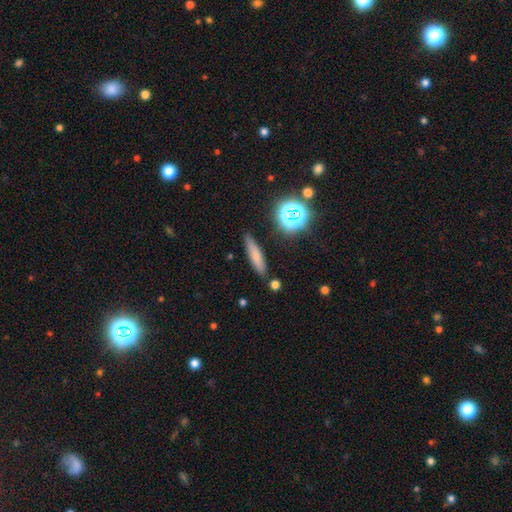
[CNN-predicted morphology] The model was most divided on "smooth or featured": smooth: 69%, featured or disk: 18%, star or artifact: 13%. More confident: merging — none (83%); how rounded — cigar-shaped (80%).